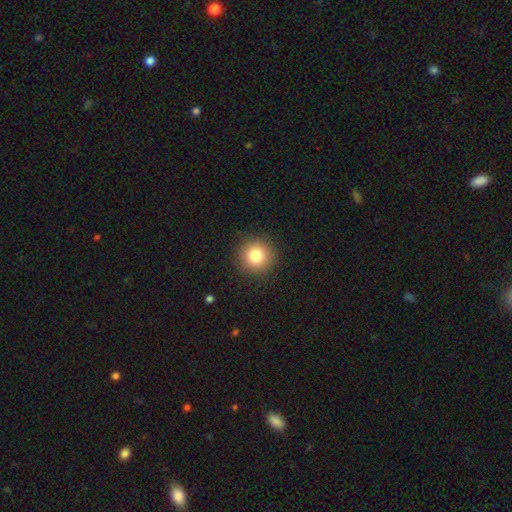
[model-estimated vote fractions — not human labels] Smooth or featured? Predicted: smooth (p=0.82). How rounded? Predicted: round (p=0.95). Merging? Predicted: none (p=0.92).